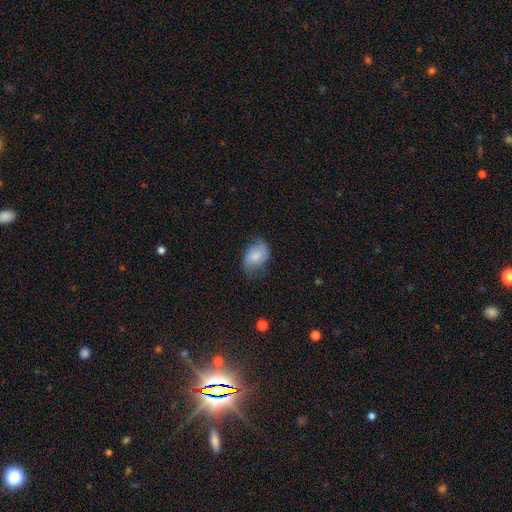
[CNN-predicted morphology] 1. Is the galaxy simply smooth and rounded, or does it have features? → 54% smooth, 38% featured or disk, 8% star or artifact.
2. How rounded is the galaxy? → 83% in between, 16% round, 1% cigar-shaped.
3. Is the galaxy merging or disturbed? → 59% none, 29% minor disturbance, 11% major disturbance, 1% merger.